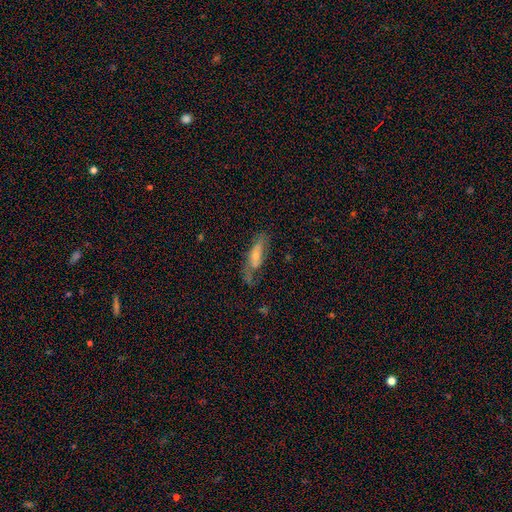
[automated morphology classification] Smooth or featured? smooth (47%)
Merging? none (45%)